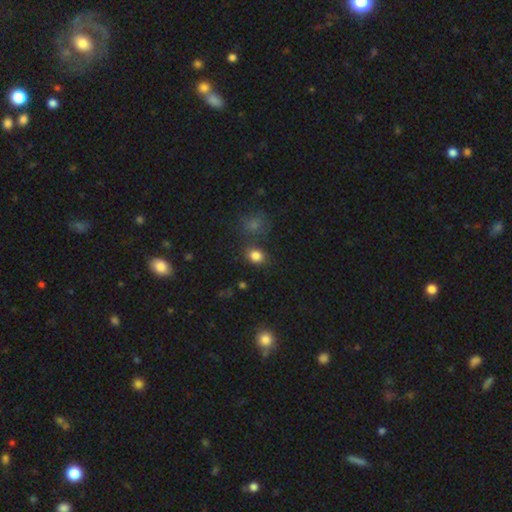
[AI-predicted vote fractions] Overall: smooth (82%). How rounded: round (53%; in between 46%). Merging: none (76%).